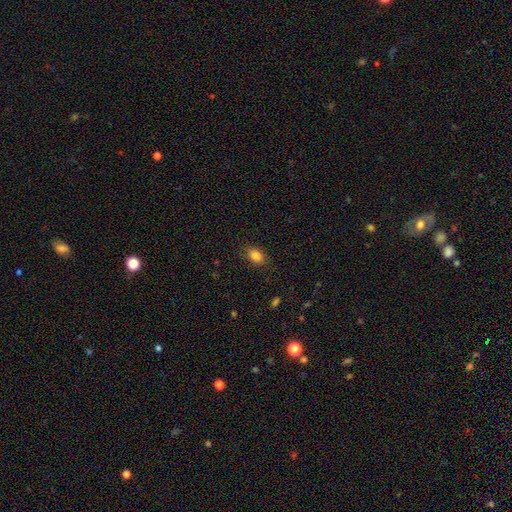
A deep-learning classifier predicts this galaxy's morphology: A smooth galaxy with no disk features (85%) that is in between round and cigar-shaped (80%). Merging: none (86%).